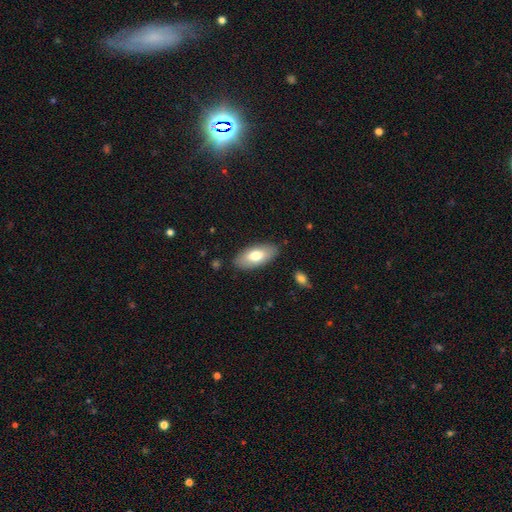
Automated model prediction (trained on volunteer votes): Morphology: type=smooth (73%); roundness=in between (91%); merging=none (86%).